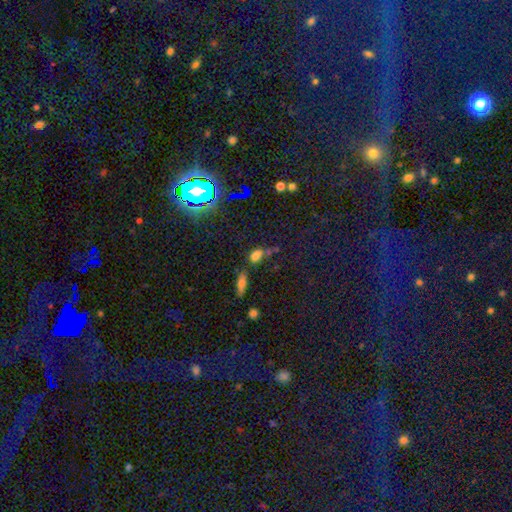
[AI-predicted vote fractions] A smooth galaxy with no disk features (67%) that is in between round and cigar-shaped (76%). Merging: none (54%).